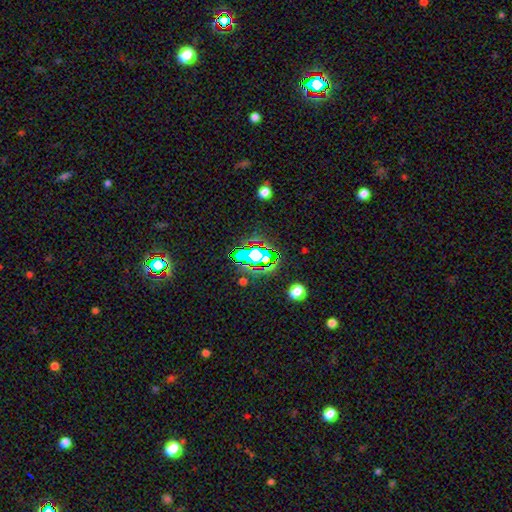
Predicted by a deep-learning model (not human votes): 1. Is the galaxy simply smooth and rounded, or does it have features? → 64% star or artifact, 22% smooth, 14% featured or disk.